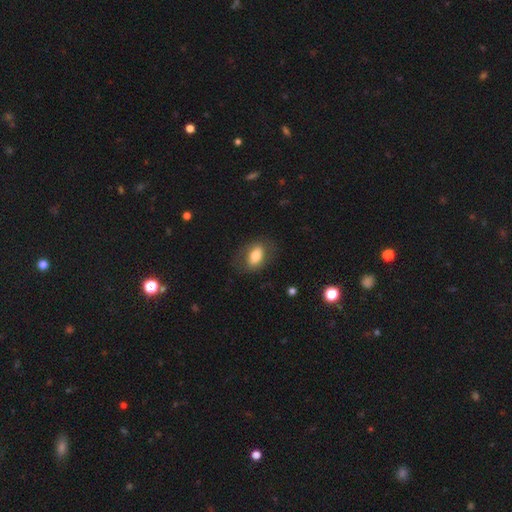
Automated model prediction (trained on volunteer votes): smooth-or-featured: smooth: 69% | featured or disk: 24% | star or artifact: 7%
  how-rounded: in between: 86% | round: 11% | cigar-shaped: 2%
  merging: none: 75% | minor disturbance: 15% | major disturbance: 8% | merger: 1%